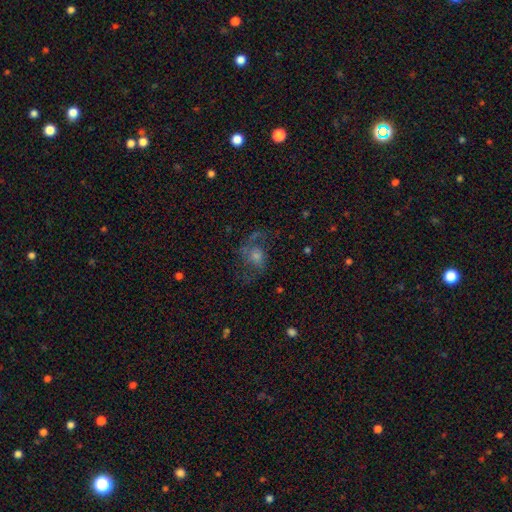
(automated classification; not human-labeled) This is possibly a featured or disk galaxy (58%). It is clearly not viewed edge-on (96%). Bar: likely no (73%). Spiral arm pattern: likely yes (79%). Central bulge: marginally moderate (42%). Merging: possibly none (54%).